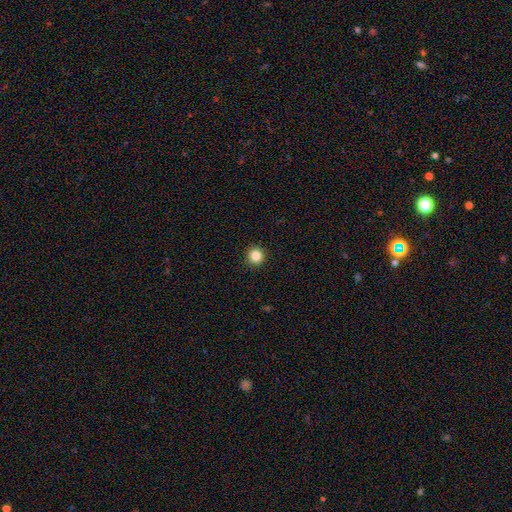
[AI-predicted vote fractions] Smooth or featured? Predicted: smooth (p=0.85). How rounded? Predicted: round (p=0.95). Merging? Predicted: none (p=0.93).